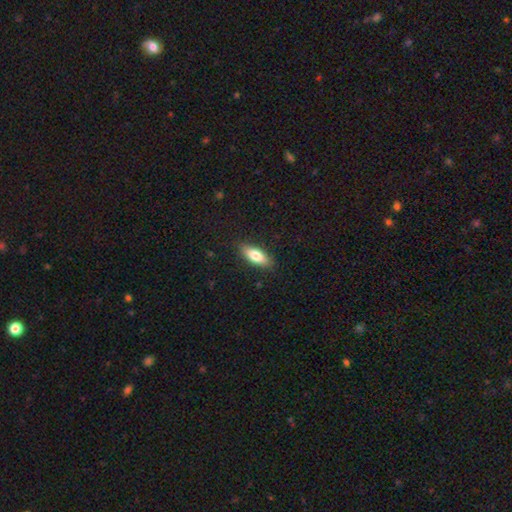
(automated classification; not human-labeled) This appears to be a smooth galaxy with no disk features (78%) that is in between round and cigar-shaped (73%). Merging: none (87%).